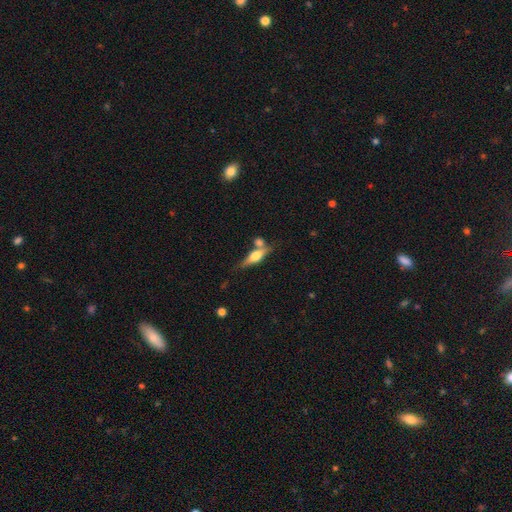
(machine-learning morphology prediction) A featured or disk galaxy (60%) viewed edge-on (93%) with a rounded central bulge (93%). Merging: none (62%).